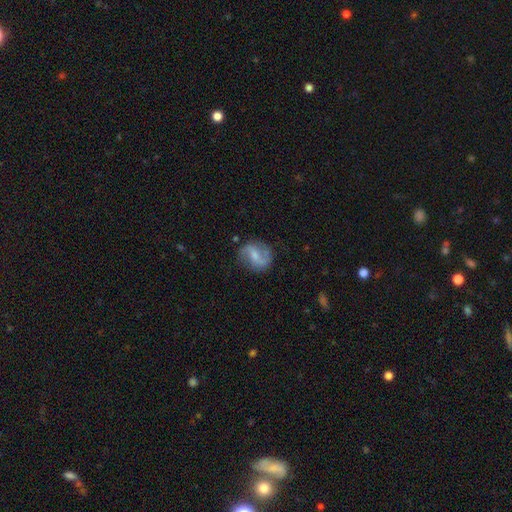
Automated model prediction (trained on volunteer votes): This is likely a featured or disk galaxy (72%). It is clearly not viewed edge-on (97%). Bar: possibly weak (51%). Spiral arm pattern: clearly yes (92%). Spiral arm count: clearly 2 (88%). Spiral winding: possibly loose (49%). Central bulge: marginally small (40%). Merging: likely none (75%).